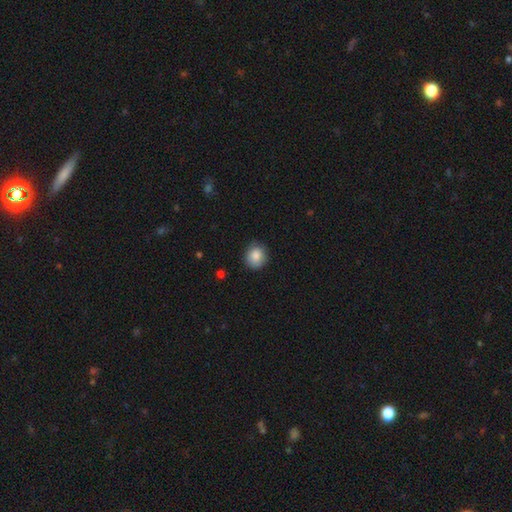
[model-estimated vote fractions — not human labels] Smooth or featured? Predicted: smooth (p=0.86). How rounded? Predicted: round (p=0.78). Merging? Predicted: none (p=0.82).